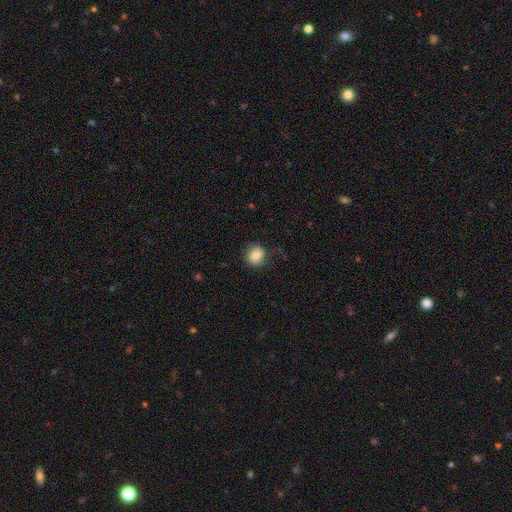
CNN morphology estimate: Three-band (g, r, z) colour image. It shows a smooth galaxy with no disk features (76%) that is round (82%). Merging: none (78%).